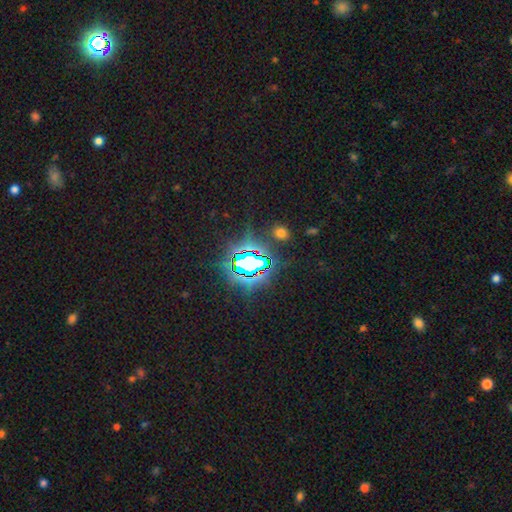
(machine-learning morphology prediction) A star or artifact, not a galaxy (75%).

Vote fractions:
- Smooth or featured? star or artifact: 75% / smooth: 15% / featured or disk: 10%